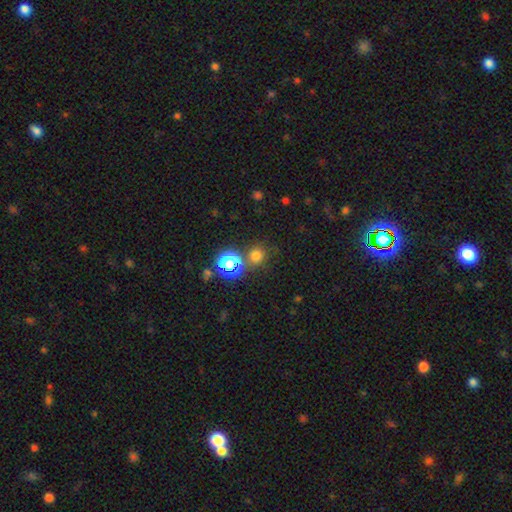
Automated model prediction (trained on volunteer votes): Q: Smooth or featured?
A: smooth (68%); runner-up: star or artifact (26%)
Q: How rounded?
A: round (90%); runner-up: in between (9%)
Q: Merging?
A: none (74%); runner-up: merger (13%)